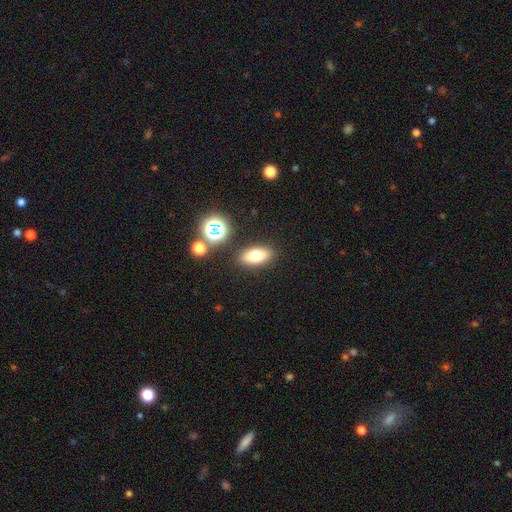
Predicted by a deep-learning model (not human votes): Morphology: type=smooth (72%); roundness=in between (80%); merging=none (85%).